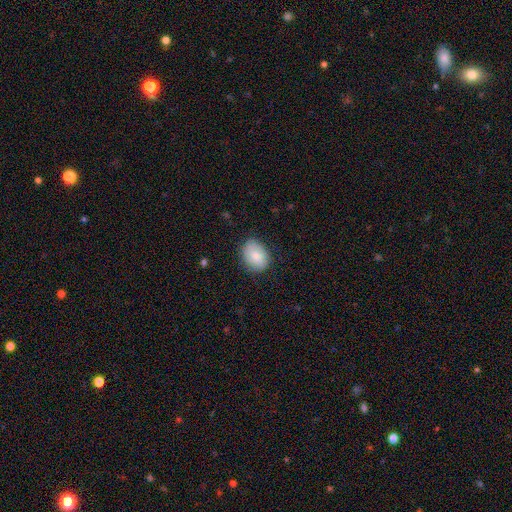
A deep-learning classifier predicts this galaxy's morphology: Overall: smooth (83%). How rounded: in between (70%). Merging: none (78%).